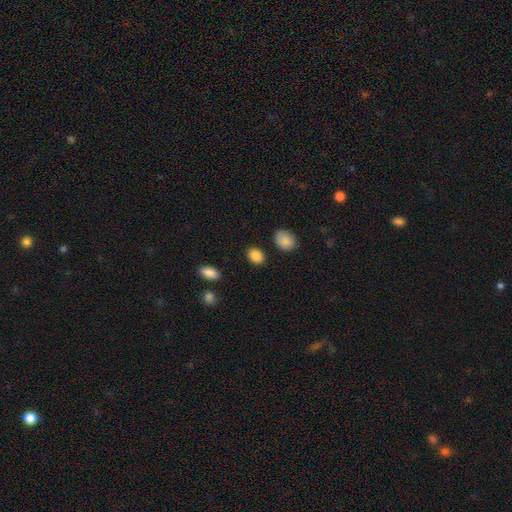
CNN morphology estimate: Overall: smooth (88%). How rounded: in between (74%). Merging: none (86%).